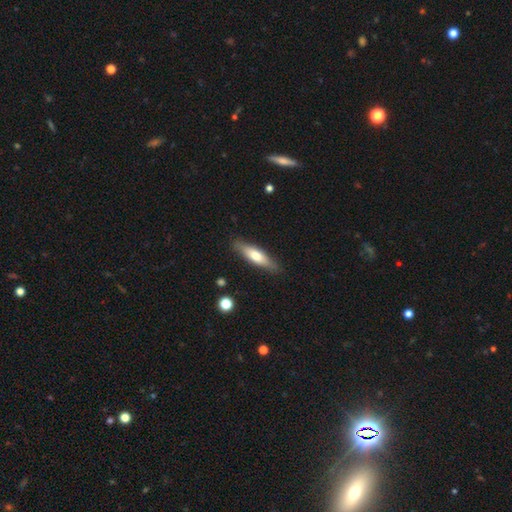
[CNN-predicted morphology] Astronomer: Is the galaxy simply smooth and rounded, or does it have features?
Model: smooth — 60%.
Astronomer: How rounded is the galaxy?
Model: cigar-shaped — 66%.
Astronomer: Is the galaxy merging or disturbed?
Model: none — 85%.